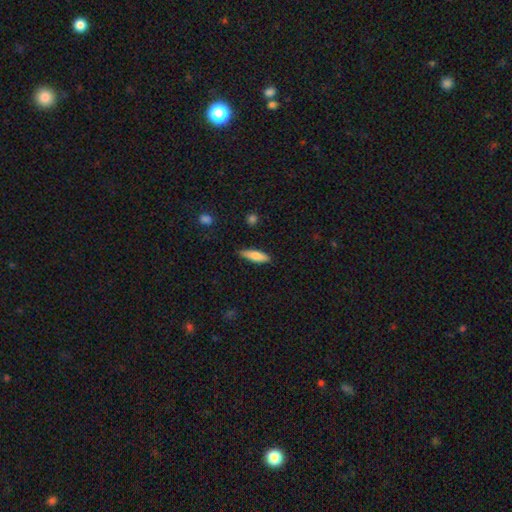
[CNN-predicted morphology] Smooth or featured? smooth (76%)
How rounded? cigar-shaped (58%)
Merging? none (83%)